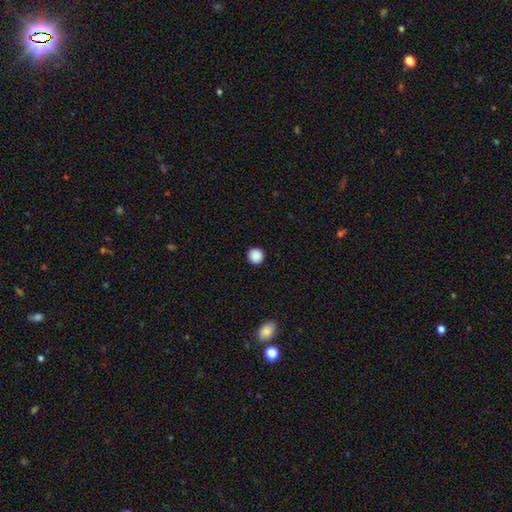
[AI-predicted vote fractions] smooth-or-featured: smooth: 89% | star or artifact: 9% | featured or disk: 2%
  how-rounded: round: 95% | in between: 4% | cigar-shaped: 1%
  merging: none: 93% | minor disturbance: 5% | major disturbance: 2% | merger: 1%